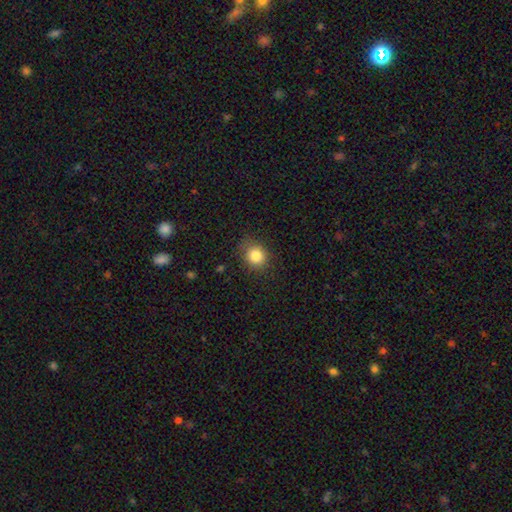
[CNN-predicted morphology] Overall: smooth (83%). How rounded: round (76%). Merging: none (80%).